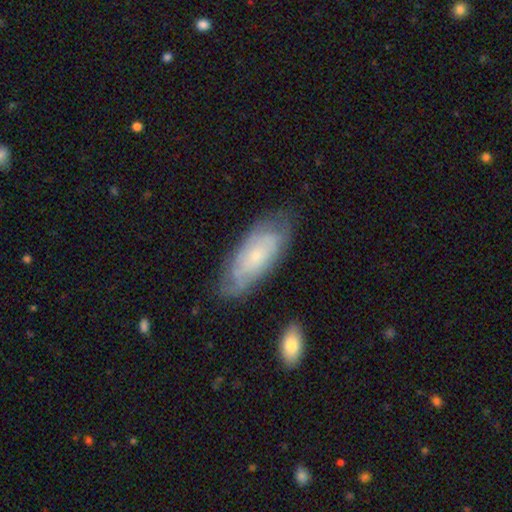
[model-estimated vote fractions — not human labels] Q: Smooth or featured?
A: featured or disk (59%); runner-up: smooth (34%)
Q: Edge-on disk?
A: no (88%); runner-up: yes (12%)
Q: Bar?
A: no (76%); runner-up: weak (21%)
Q: Spiral arms?
A: yes (78%); runner-up: no (22%)
Q: Bulge size?
A: small (72%); runner-up: moderate (21%)
Q: Merging?
A: none (70%); runner-up: minor disturbance (22%)